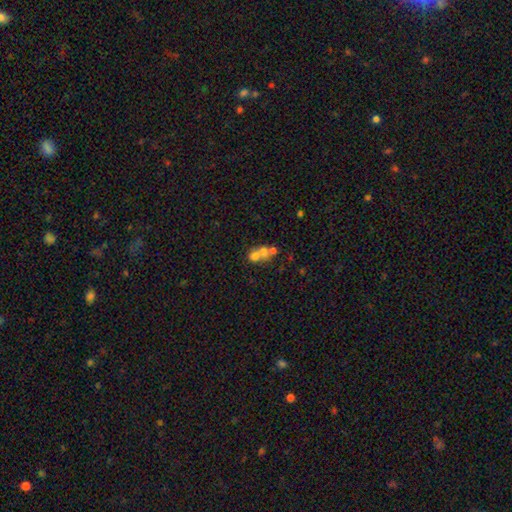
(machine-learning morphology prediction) smooth_or_featured: smooth (p=0.60) [alt: featured or disk p=0.26]
how_rounded: round (p=0.64) [alt: in between p=0.35]
merging: merger (p=0.64) [alt: none p=0.25]